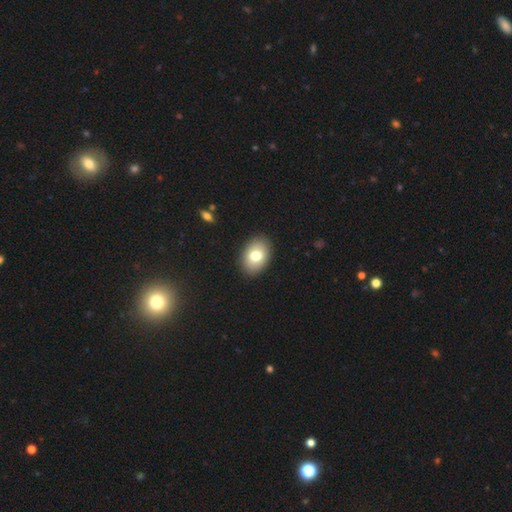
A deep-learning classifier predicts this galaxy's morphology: smooth 76%, featured or disk 16%, star or artifact 8%. Down the decision tree: how rounded — in between (81%); merging — none (90%).